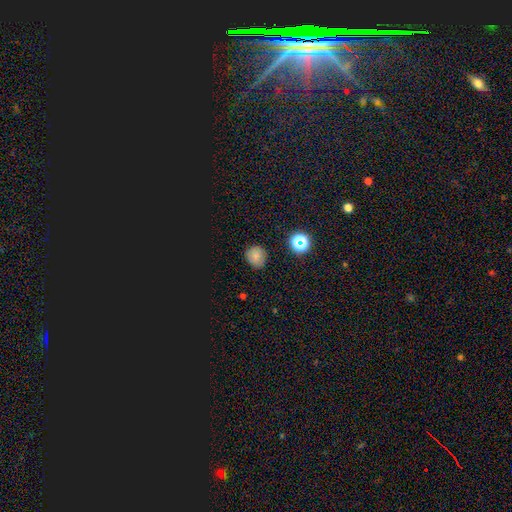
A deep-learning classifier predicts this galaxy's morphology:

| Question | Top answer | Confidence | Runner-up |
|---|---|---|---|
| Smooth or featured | smooth | 72% | star or artifact (17%) |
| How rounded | round | 81% | in between (18%) |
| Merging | none | 81% | minor disturbance (14%) |